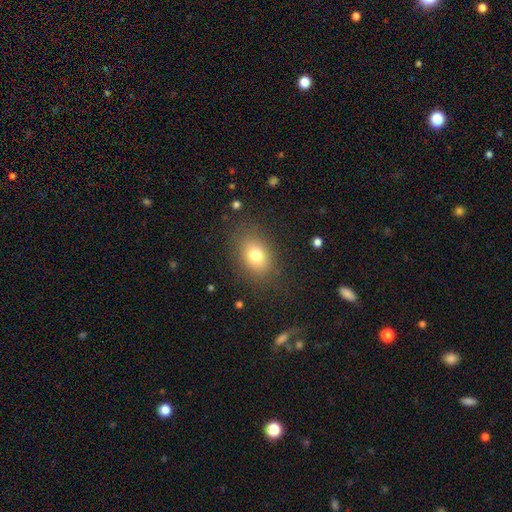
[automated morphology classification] type=smooth (77%); roundness=in between (73%); merging=none (82%).